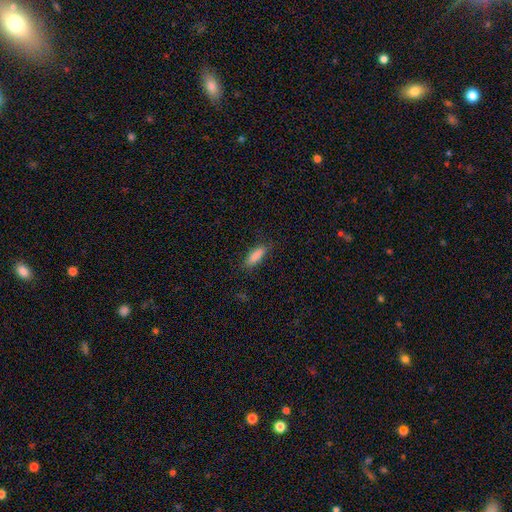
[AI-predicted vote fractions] This is clearly a smooth galaxy (86%). How rounded: possibly in between (56%). Merging: clearly none (82%).